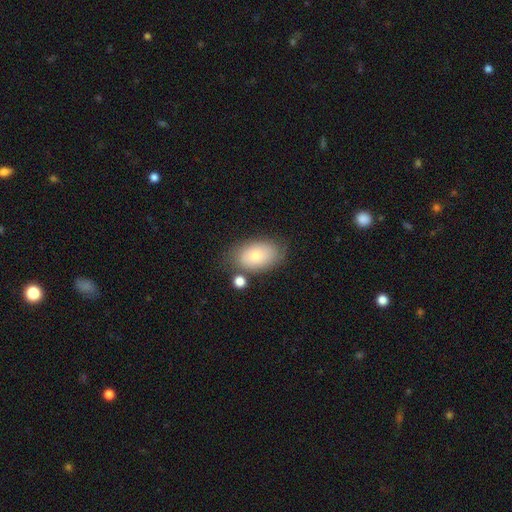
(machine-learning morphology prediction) smooth-or-featured: smooth: 74% | featured or disk: 18% | star or artifact: 8%
  how-rounded: in between: 90% | round: 9% | cigar-shaped: 1%
  merging: none: 70% | minor disturbance: 17% | merger: 8% | major disturbance: 5%